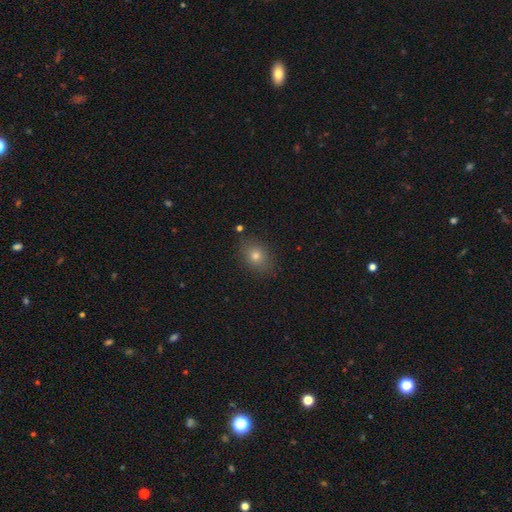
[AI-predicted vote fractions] This is likely a smooth galaxy (74%). How rounded: likely in between (64%). Merging: clearly none (85%).